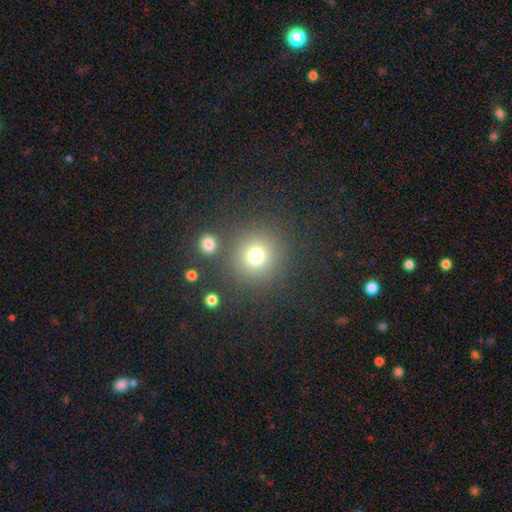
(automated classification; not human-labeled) Morphology: type=smooth (75%); roundness=round (92%); merging=none (80%).